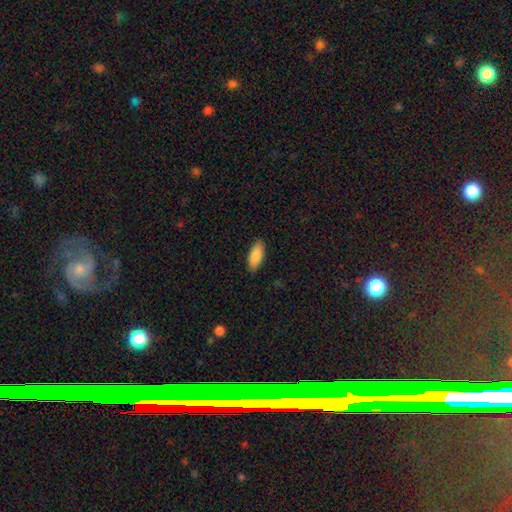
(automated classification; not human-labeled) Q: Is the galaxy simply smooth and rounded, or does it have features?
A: smooth — 87%.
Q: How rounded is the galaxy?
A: in between — 82%.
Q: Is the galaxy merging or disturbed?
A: none — 88%.